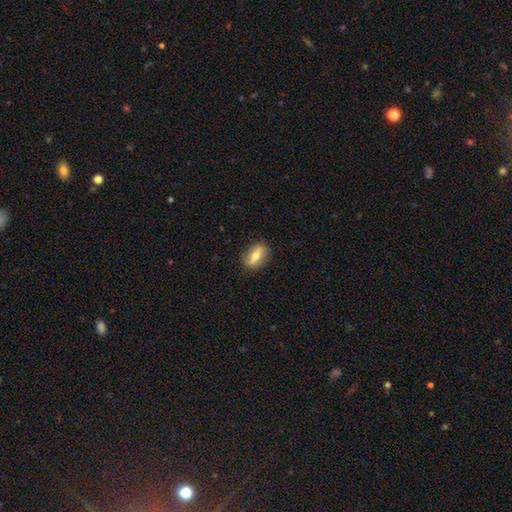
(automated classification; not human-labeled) Smooth or featured?
  - smooth: 52% *
  - featured or disk: 41%
  - star or artifact: 7%
How rounded?
  - in between: 76% *
  - round: 13%
  - cigar-shaped: 11%
Merging?
  - none: 86% *
  - minor disturbance: 11%
  - major disturbance: 3%
  - merger: 1%